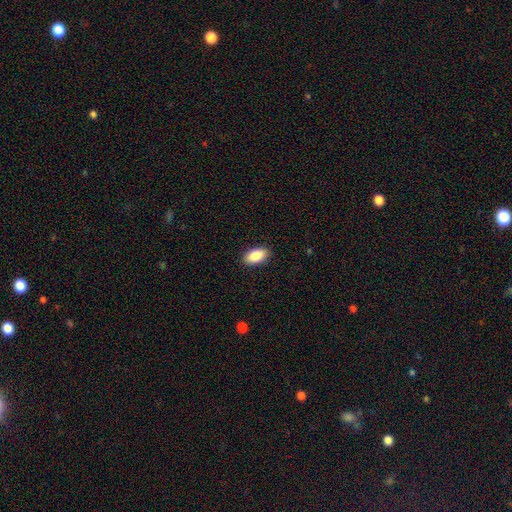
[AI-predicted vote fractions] Q: Smooth or featured?
A: smooth (87%); runner-up: star or artifact (7%)
Q: How rounded?
A: in between (93%); runner-up: round (3%)
Q: Merging?
A: none (90%); runner-up: minor disturbance (8%)